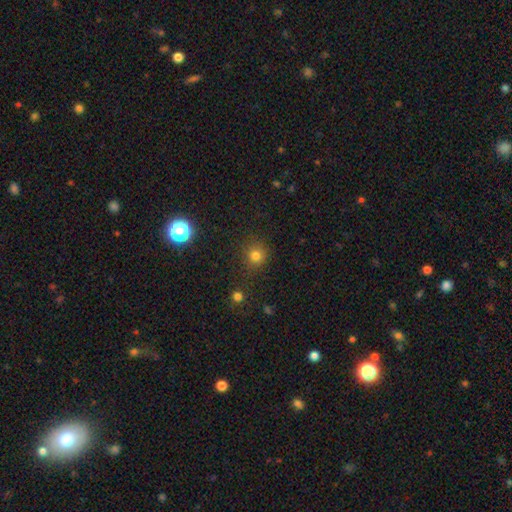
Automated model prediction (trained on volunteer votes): Smooth or featured?
  - smooth: 76% *
  - star or artifact: 18%
  - featured or disk: 6%
How rounded?
  - round: 92% *
  - in between: 7%
  - cigar-shaped: 1%
Merging?
  - none: 85% *
  - minor disturbance: 9%
  - major disturbance: 3%
  - merger: 3%